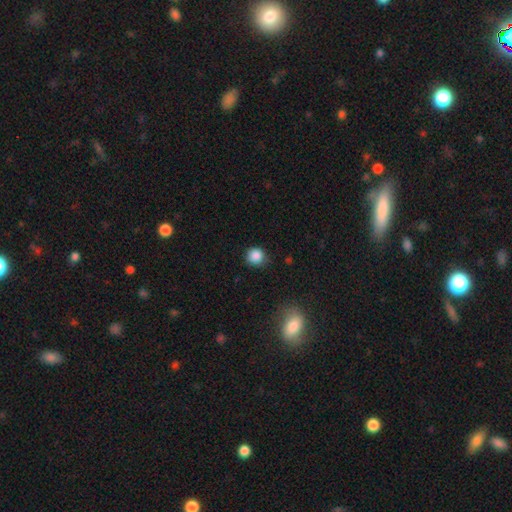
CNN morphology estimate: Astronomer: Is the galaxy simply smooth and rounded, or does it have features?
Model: smooth — 86%.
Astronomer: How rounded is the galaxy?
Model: round — 91%.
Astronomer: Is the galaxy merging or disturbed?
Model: none — 82%.